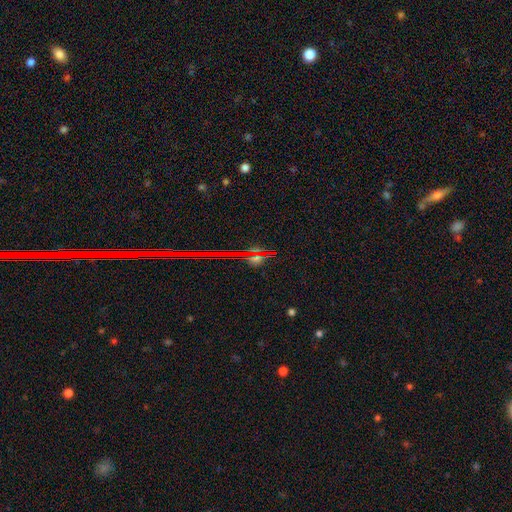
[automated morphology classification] star or artifact 66%, smooth 19%, featured or disk 15%.